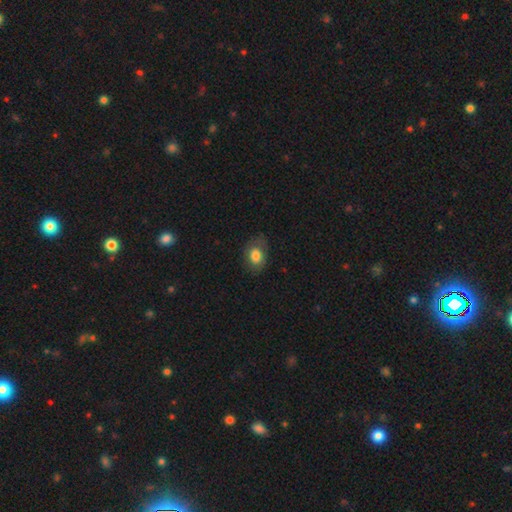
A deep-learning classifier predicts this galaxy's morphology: The model was most divided on "how rounded": in between: 68%, round: 31%, cigar-shaped: 1%. More confident: smooth or featured — smooth (74%); merging — none (72%).